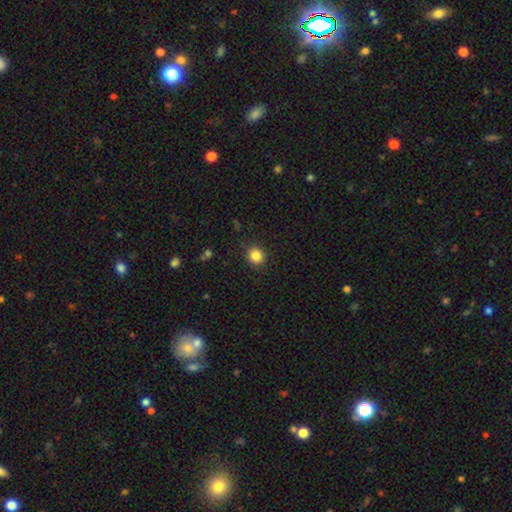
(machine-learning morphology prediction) Smooth or featured?
  - smooth: 85% *
  - star or artifact: 11%
  - featured or disk: 4%
How rounded?
  - round: 82% *
  - in between: 17%
  - cigar-shaped: 1%
Merging?
  - none: 88% *
  - minor disturbance: 8%
  - major disturbance: 2%
  - merger: 1%